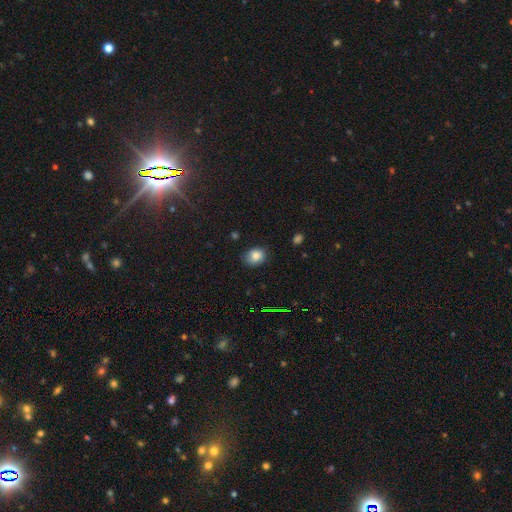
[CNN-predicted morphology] The model was most divided on "how rounded": round: 53%, in between: 46%, cigar-shaped: 1%. More confident: smooth or featured — smooth (79%); merging — none (76%).